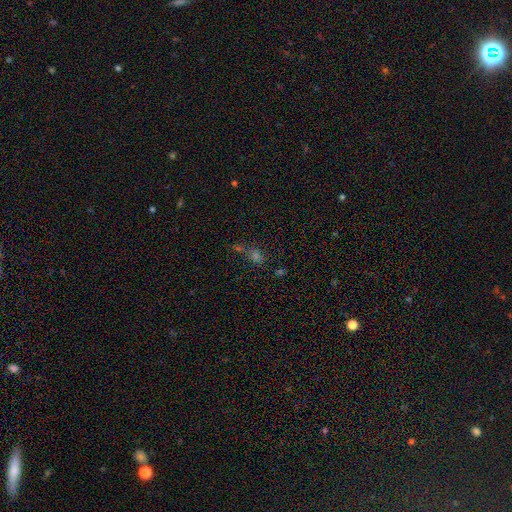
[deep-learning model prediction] This is possibly a smooth galaxy (49%). Merging: possibly none (48%).